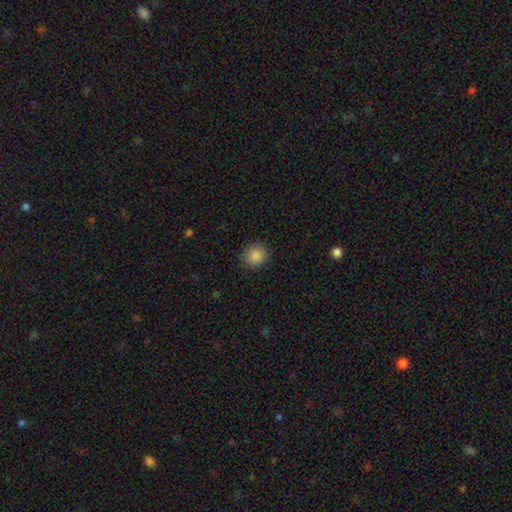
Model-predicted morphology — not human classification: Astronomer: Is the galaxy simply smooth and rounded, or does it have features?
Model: smooth — 88%.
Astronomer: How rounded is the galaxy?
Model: round — 83%.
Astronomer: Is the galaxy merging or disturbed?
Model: none — 86%.